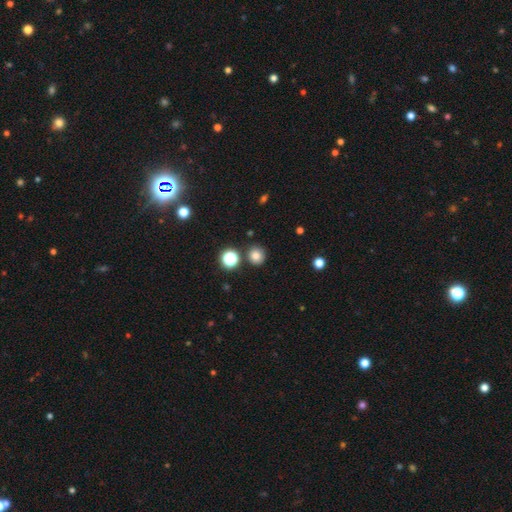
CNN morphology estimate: type=smooth (80%); roundness=round (88%); merging=none (84%).